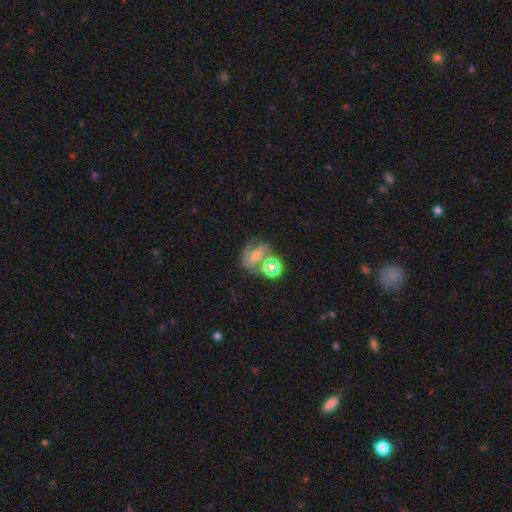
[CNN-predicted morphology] The model was most divided on "bar": no: 39%, strong: 31%, weak: 31%. More confident: edge-on disk — no (95%); spiral arms — yes (81%); smooth or featured — featured or disk (53%); bulge size — moderate (51%); merging — none (50%).